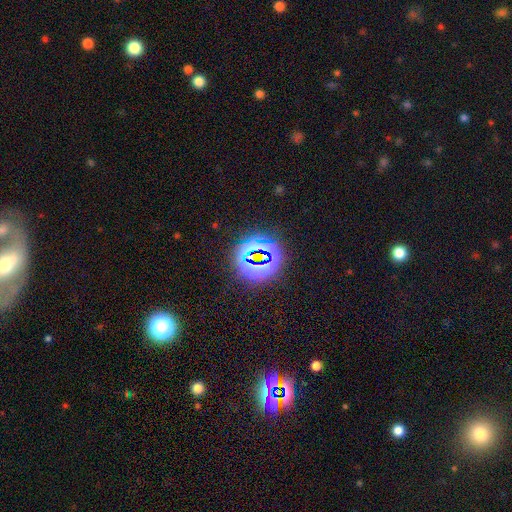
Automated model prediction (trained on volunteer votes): The model was most divided on "smooth or featured": star or artifact: 75%, smooth: 15%, featured or disk: 10%.